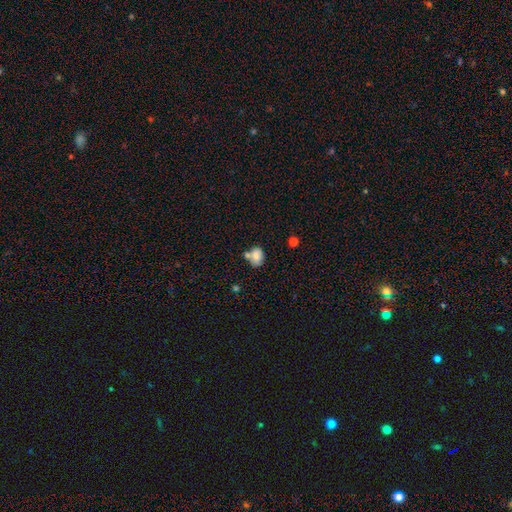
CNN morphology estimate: Smooth or featured? smooth (76%)
How rounded? in between (61%)
Merging? none (41%)